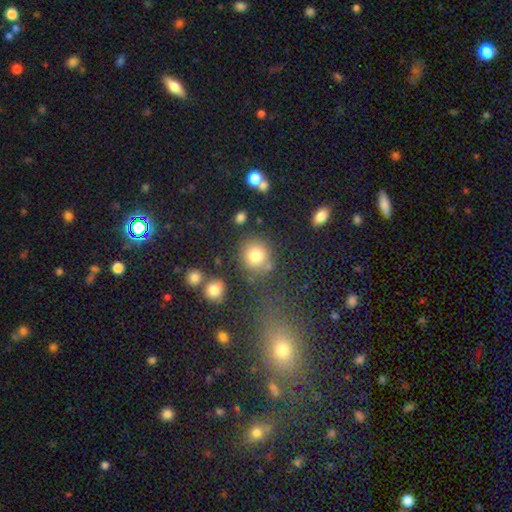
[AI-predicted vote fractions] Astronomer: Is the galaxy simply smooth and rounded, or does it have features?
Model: smooth — 78%.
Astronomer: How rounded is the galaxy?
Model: round — 84%.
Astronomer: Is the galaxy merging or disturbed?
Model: none — 74%.